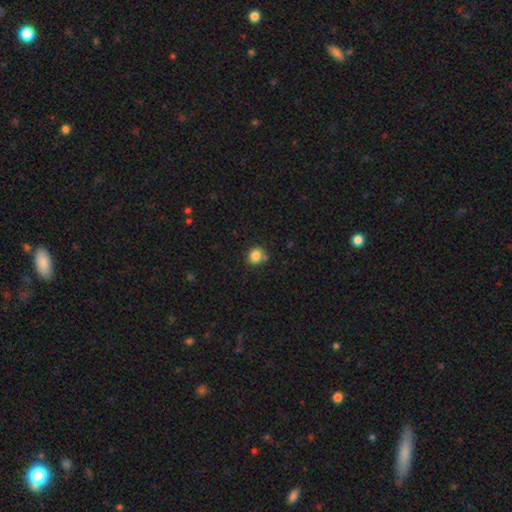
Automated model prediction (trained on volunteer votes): A smooth galaxy with no disk features (84%) that is round (83%).

Vote fractions:
- Smooth or featured? smooth: 84% / star or artifact: 10% / featured or disk: 6%
- How rounded? round: 83% / in between: 16% / cigar-shaped: 1%
- Merging? none: 73% / minor disturbance: 16% / merger: 8% / major disturbance: 4%